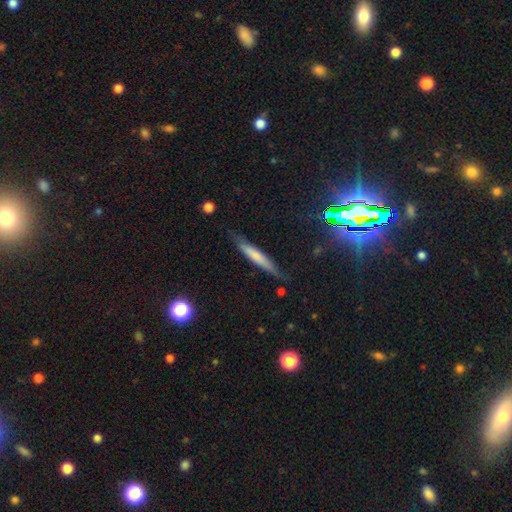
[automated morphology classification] type=smooth (58%); roundness=cigar-shaped (92%); merging=none (78%).